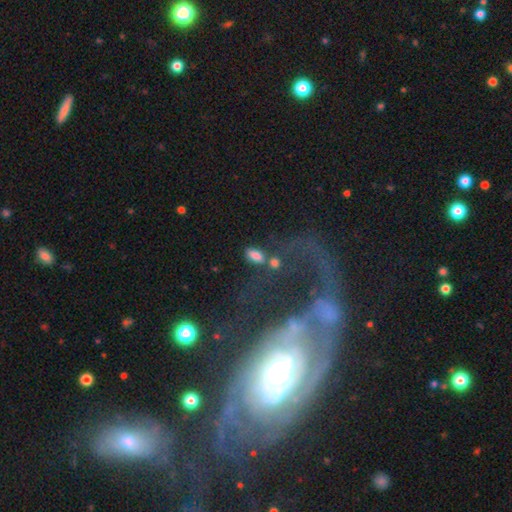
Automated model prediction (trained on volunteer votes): Smooth or featured?
  - smooth: 79% *
  - star or artifact: 12%
  - featured or disk: 9%
How rounded?
  - in between: 88% *
  - round: 6%
  - cigar-shaped: 6%
Merging?
  - none: 60% *
  - merger: 17%
  - minor disturbance: 14%
  - major disturbance: 9%